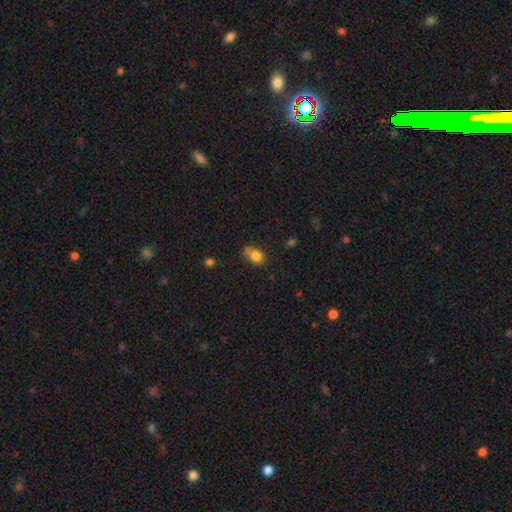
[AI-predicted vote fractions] Q: Smooth or featured?
A: smooth (83%); runner-up: star or artifact (10%)
Q: How rounded?
A: in between (73%); runner-up: round (26%)
Q: Merging?
A: none (54%); runner-up: minor disturbance (33%)